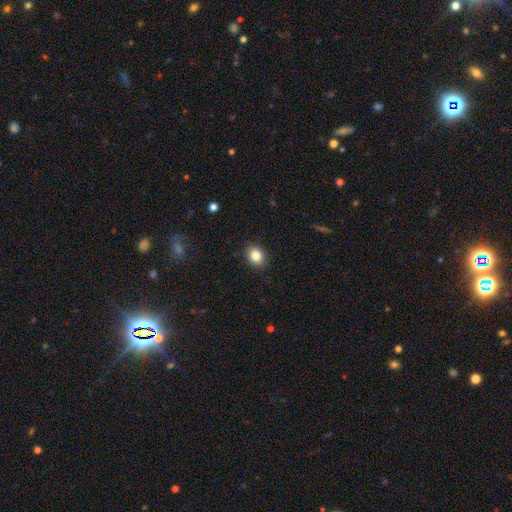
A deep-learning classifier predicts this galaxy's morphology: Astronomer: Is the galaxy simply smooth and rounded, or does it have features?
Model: smooth — 84%.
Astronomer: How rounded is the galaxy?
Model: round — 50% (runner-up: in between, 49%).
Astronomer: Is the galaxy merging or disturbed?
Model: none — 89%.